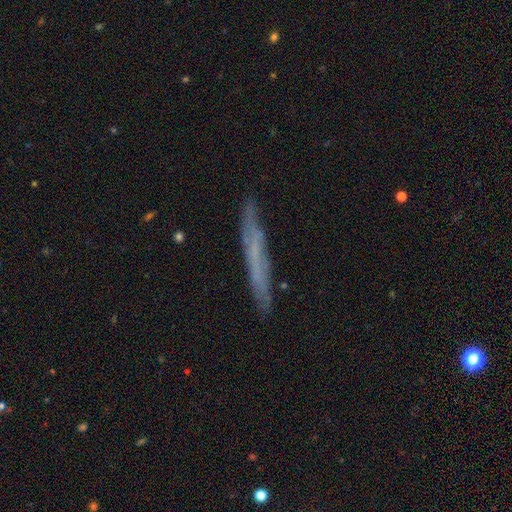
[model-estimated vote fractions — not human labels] Overall: featured or disk (47%; smooth 45%). Merging: none (86%).